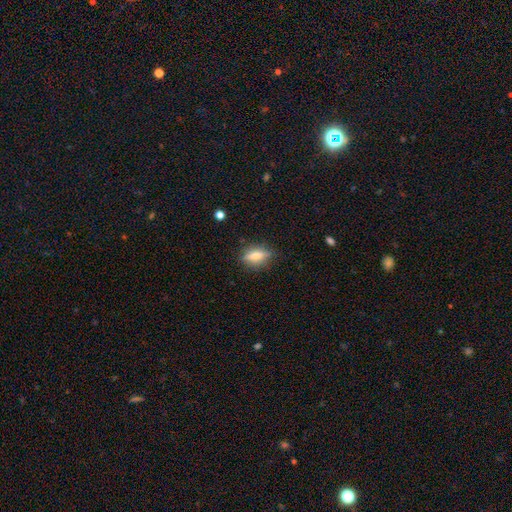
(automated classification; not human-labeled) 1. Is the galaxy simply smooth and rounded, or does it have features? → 49% smooth, 42% featured or disk, 9% star or artifact.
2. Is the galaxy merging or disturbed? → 82% none, 13% minor disturbance, 4% major disturbance, 1% merger.